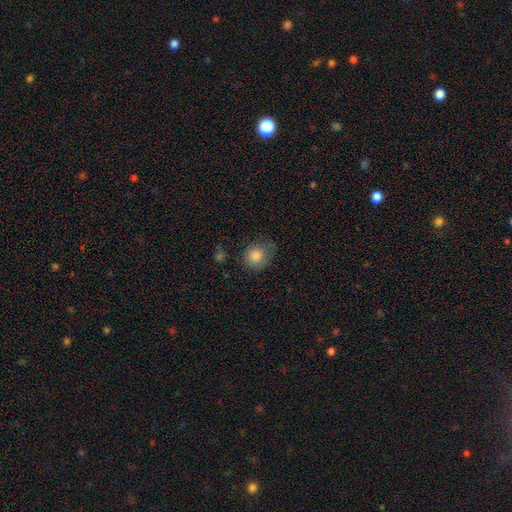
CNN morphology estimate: Smooth or featured: smooth — 80% (featured or disk — 11%)
How rounded: round — 74% (in between — 25%)
Merging: none — 59% (minor disturbance — 27%)